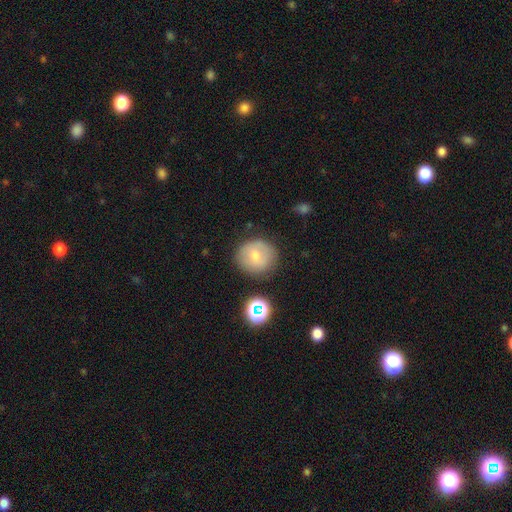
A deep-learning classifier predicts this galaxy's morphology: smooth-or-featured: smooth: 65% | featured or disk: 24% | star or artifact: 11%
  how-rounded: round: 89% | in between: 10% | cigar-shaped: 1%
  merging: none: 78% | minor disturbance: 14% | major disturbance: 4% | merger: 4%